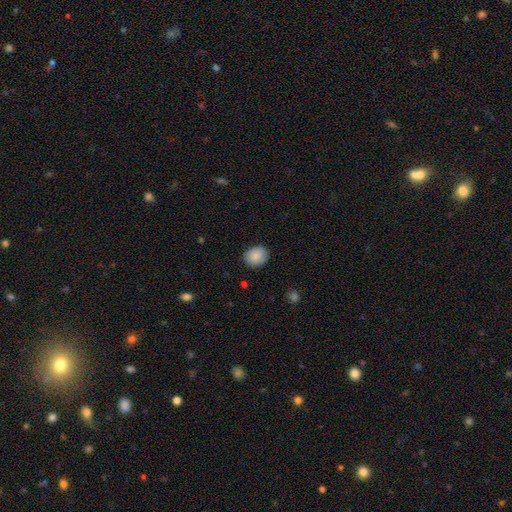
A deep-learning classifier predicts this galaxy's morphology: A smooth galaxy with no disk features (88%) that is round (55%). Merging: none (85%).